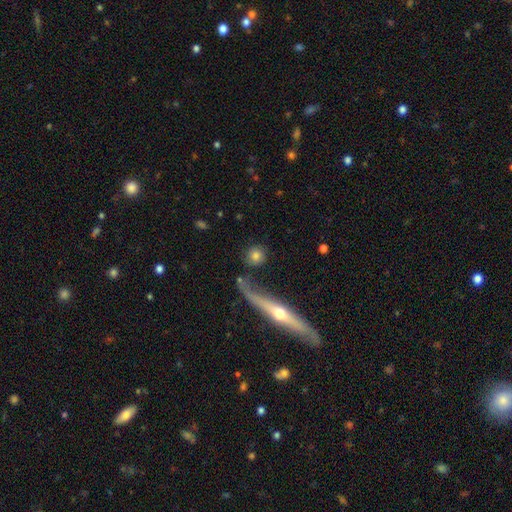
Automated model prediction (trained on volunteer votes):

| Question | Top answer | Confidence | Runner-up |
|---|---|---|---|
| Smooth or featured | smooth | 75% | featured or disk (16%) |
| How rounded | round | 88% | in between (8%) |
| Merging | none | 74% | minor disturbance (10%) |